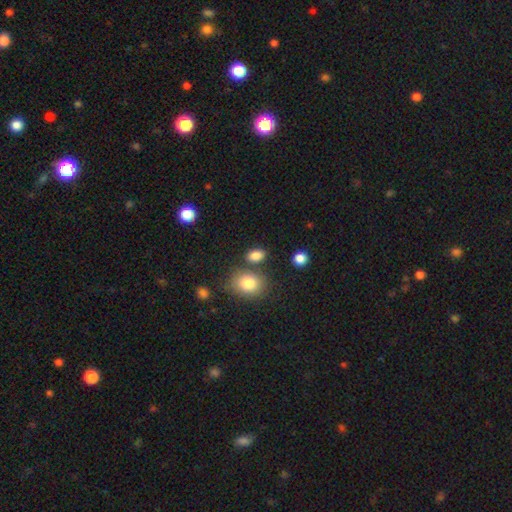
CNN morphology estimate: This is clearly a smooth galaxy (83%). How rounded: likely in between (79%). Merging: likely none (73%).